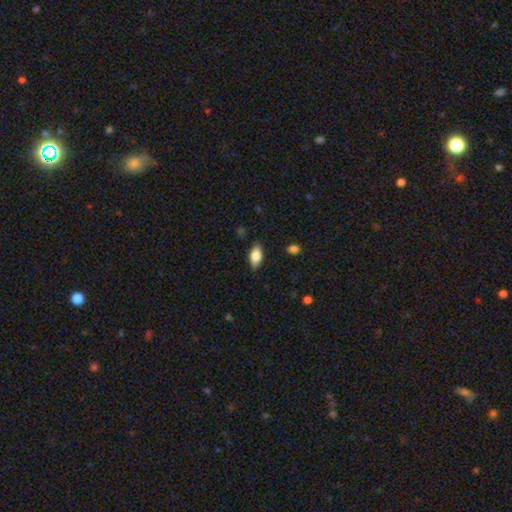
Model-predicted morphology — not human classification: type=smooth (76%); roundness=in between (87%); merging=none (85%).